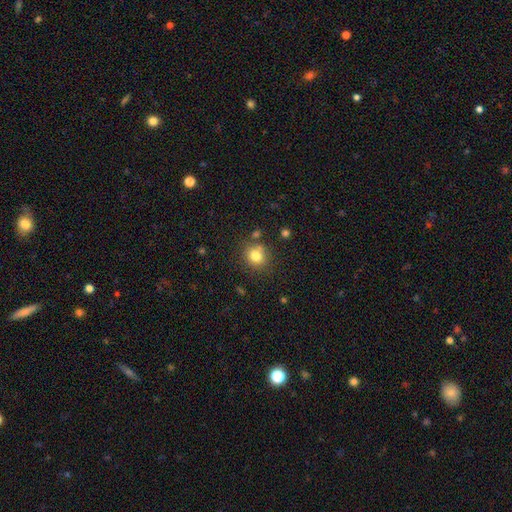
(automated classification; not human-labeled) This appears to be a smooth galaxy with no disk features (80%) that is round (77%). Merging: none (75%).